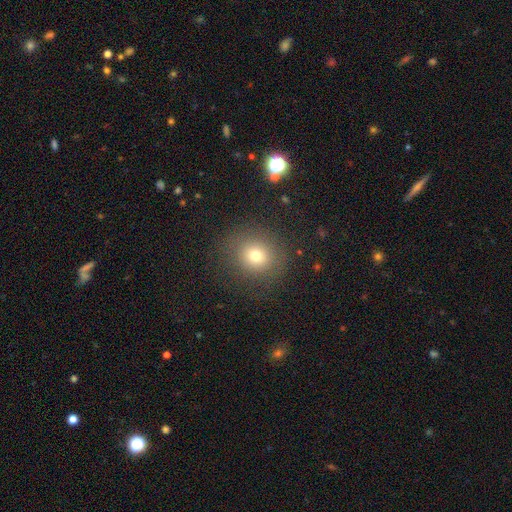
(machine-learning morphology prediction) type=smooth (73%); roundness=round (83%); merging=none (84%).